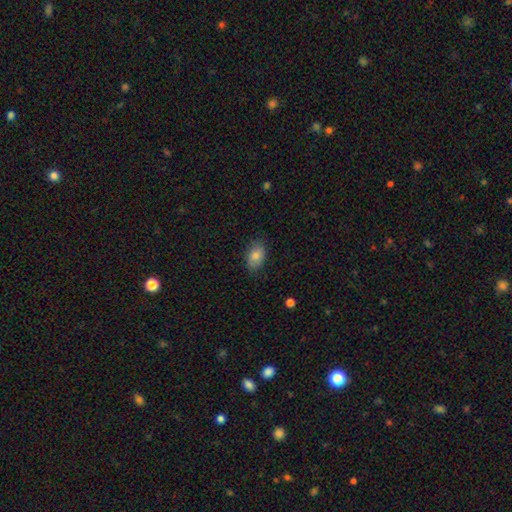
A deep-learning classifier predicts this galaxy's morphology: Overall: smooth (83%). How rounded: in between (89%). Merging: none (81%).